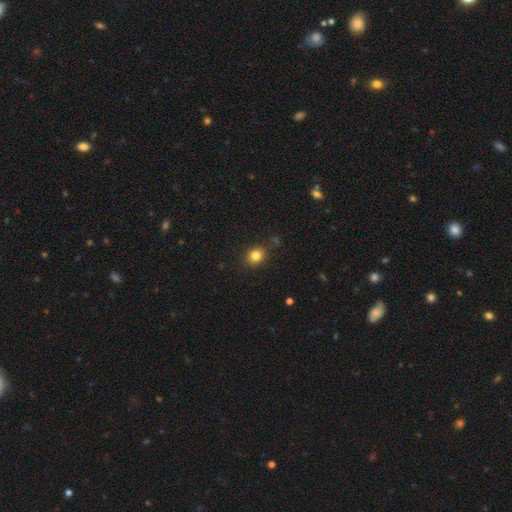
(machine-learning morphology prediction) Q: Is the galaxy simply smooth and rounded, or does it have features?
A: smooth — 82%.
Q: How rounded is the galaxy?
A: round — 75%.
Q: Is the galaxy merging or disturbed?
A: none — 84%.